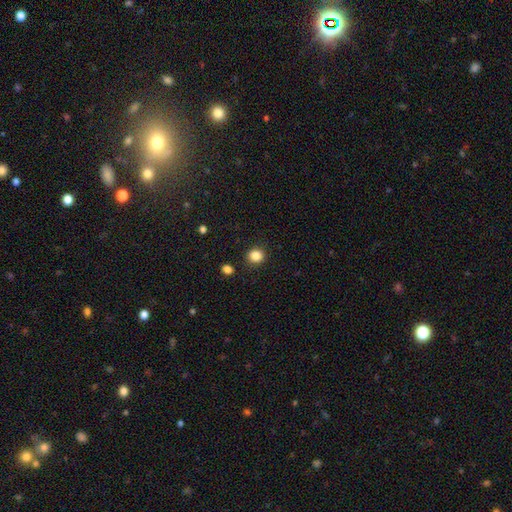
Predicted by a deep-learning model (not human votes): smooth-or-featured: smooth: 85% | star or artifact: 11% | featured or disk: 3%
  how-rounded: round: 85% | in between: 14% | cigar-shaped: 1%
  merging: none: 88% | minor disturbance: 8% | major disturbance: 2% | merger: 2%